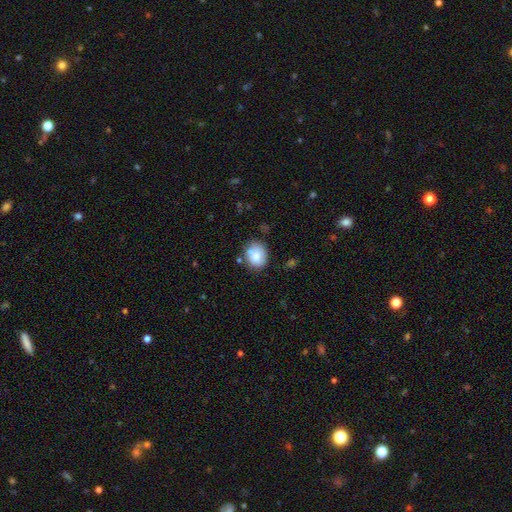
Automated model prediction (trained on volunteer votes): Smooth or featured: smooth — 80% (featured or disk — 12%)
How rounded: round — 61% (in between — 38%)
Merging: none — 68% (minor disturbance — 19%)